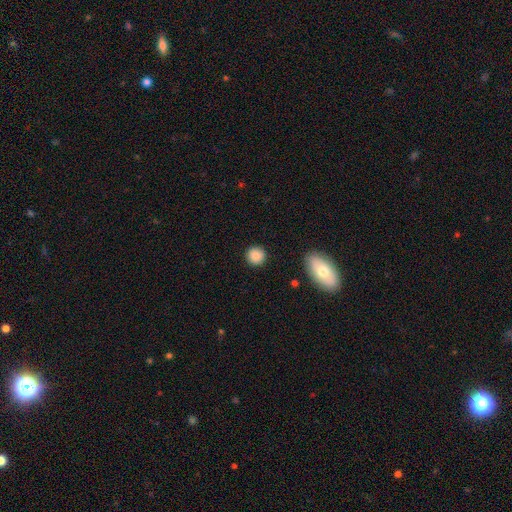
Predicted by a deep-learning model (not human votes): This is clearly a smooth galaxy (87%). How rounded: clearly round (93%). Merging: clearly none (91%).